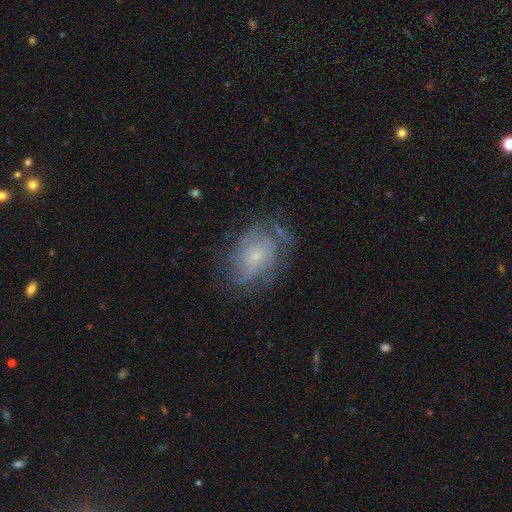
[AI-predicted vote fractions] Morphology: type=featured or disk (67%); edge-on=no (97%); bar=no (75%); spiral arms=yes (83%); winding=tight (46%); arm count=can't tell (48%); bulge=small (73%); merging=none (62%).